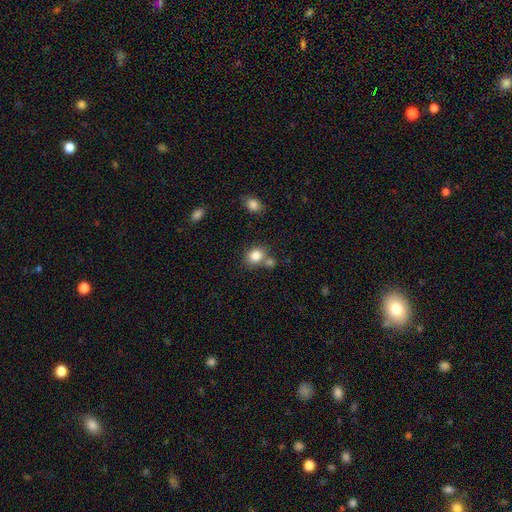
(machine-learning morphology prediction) Q: Smooth or featured?
A: smooth (84%); runner-up: star or artifact (10%)
Q: How rounded?
A: round (57%); runner-up: in between (42%)
Q: Merging?
A: none (58%); runner-up: merger (25%)